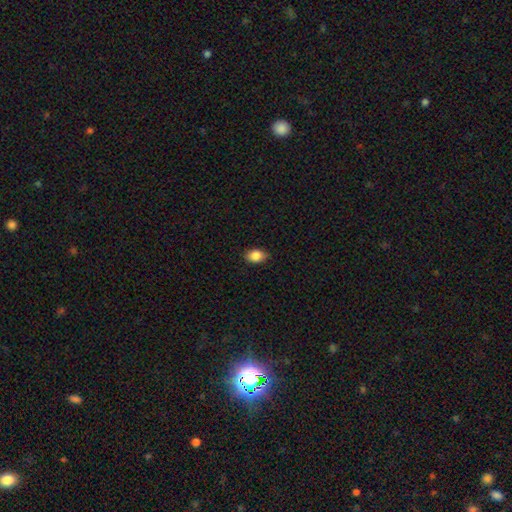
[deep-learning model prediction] Smooth or featured? smooth (87%)
How rounded? in between (75%)
Merging? none (85%)